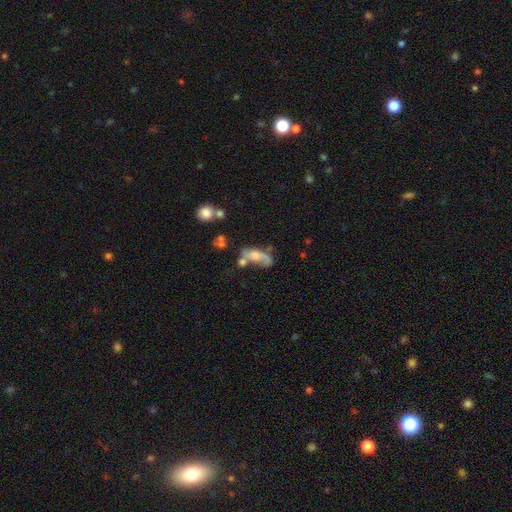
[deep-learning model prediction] A featured or disk galaxy (47%).

Vote fractions:
- Smooth or featured? featured or disk: 47% / smooth: 44% / star or artifact: 9%
- Merging? none: 29% / merger: 26% / major disturbance: 24% / minor disturbance: 21%